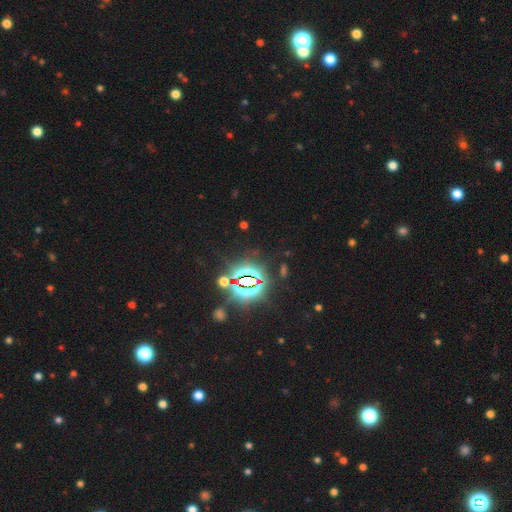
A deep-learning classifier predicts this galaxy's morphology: The model was most divided on "smooth or featured": star or artifact: 84%, smooth: 9%, featured or disk: 6%.